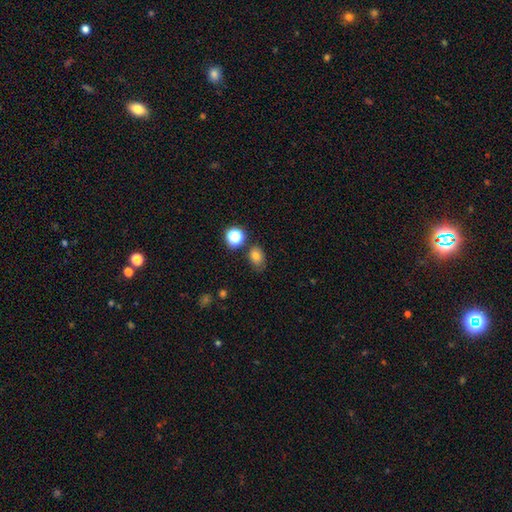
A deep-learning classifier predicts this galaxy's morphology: smooth-or-featured: smooth: 76% | star or artifact: 15% | featured or disk: 9%
  how-rounded: in between: 66% | round: 33% | cigar-shaped: 1%
  merging: none: 69% | minor disturbance: 20% | merger: 6% | major disturbance: 5%